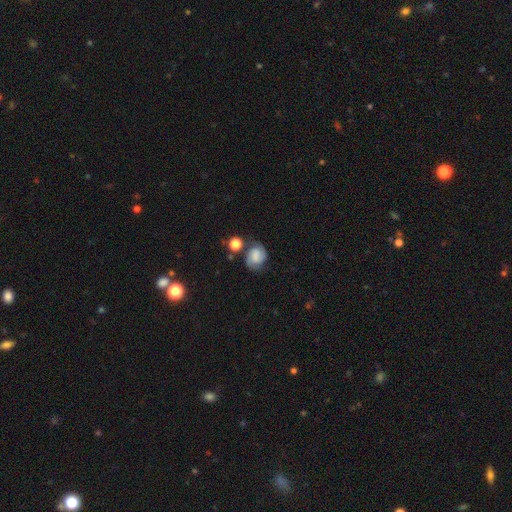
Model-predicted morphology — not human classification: Overall: featured or disk (49%; smooth 41%). Merging: none (65%).